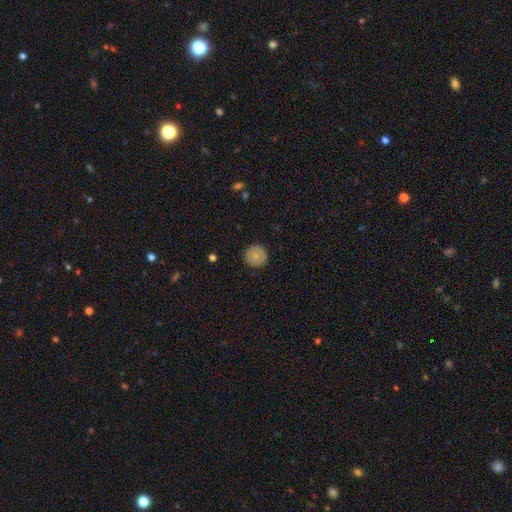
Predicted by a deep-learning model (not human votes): Smooth or featured? Predicted: smooth (p=0.76). How rounded? Predicted: round (p=0.95). Merging? Predicted: none (p=0.89).